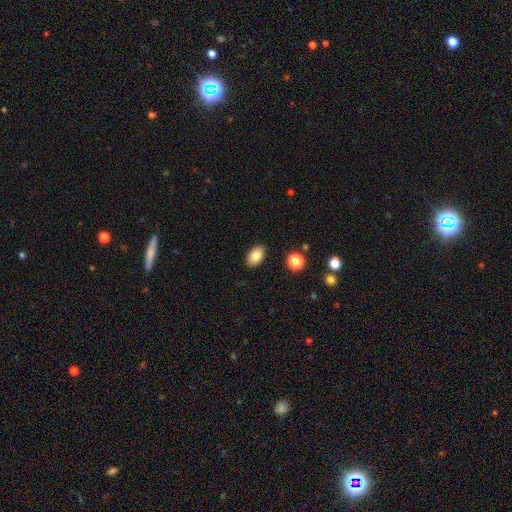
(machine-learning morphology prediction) The model was most divided on "smooth or featured": smooth: 82%, featured or disk: 9%, star or artifact: 9%. More confident: merging — none (88%); how rounded — in between (88%).